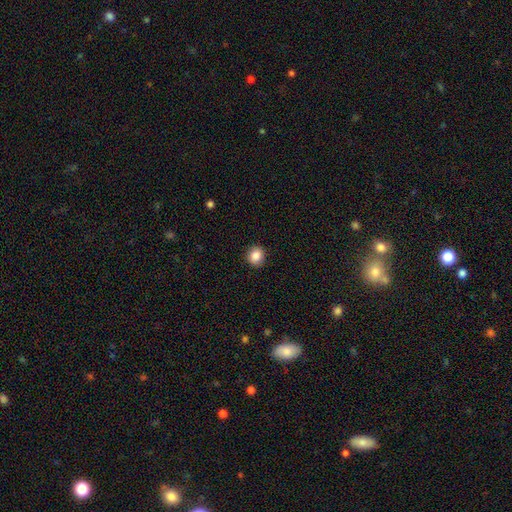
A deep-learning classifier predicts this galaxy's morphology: The model was most divided on "how rounded": round: 83%, in between: 16%, cigar-shaped: 1%. More confident: merging — none (91%); smooth or featured — smooth (86%).